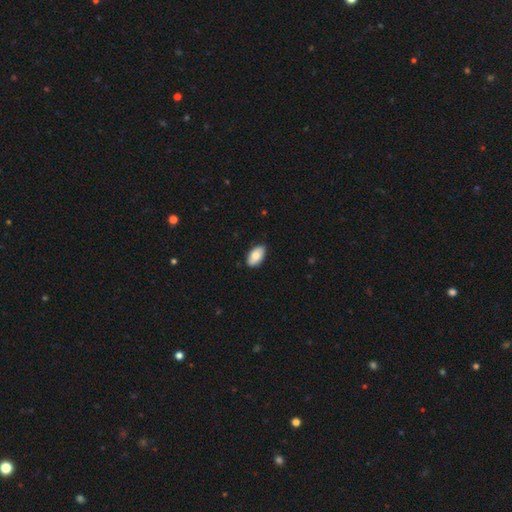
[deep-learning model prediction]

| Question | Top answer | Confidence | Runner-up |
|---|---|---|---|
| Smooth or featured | smooth | 81% | featured or disk (13%) |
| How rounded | in between | 95% | round (3%) |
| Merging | none | 84% | minor disturbance (13%) |